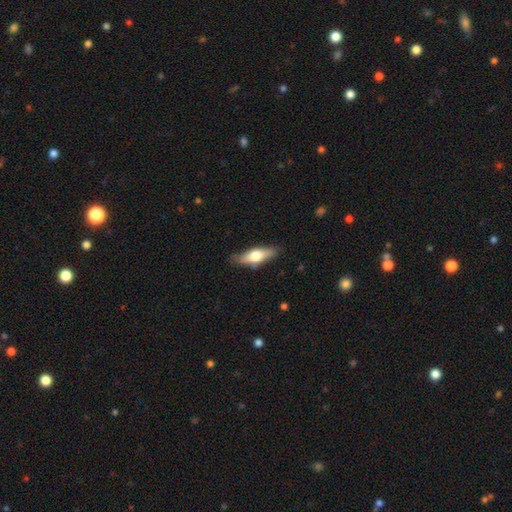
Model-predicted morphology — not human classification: Smooth or featured? Predicted: smooth (p=0.55). How rounded? Predicted: in between (p=0.55). Merging? Predicted: none (p=0.80).